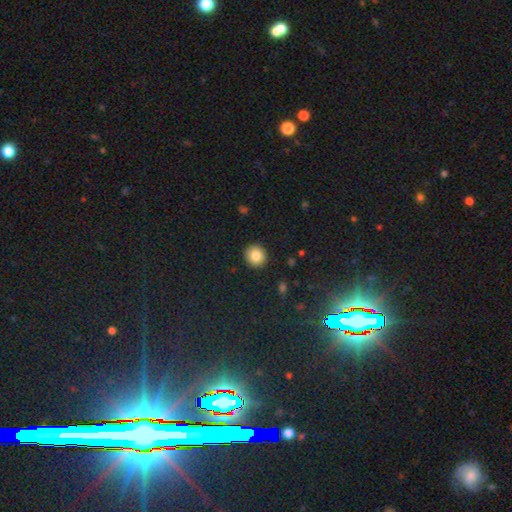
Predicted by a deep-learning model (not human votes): smooth_or_featured: smooth (p=0.83) [alt: star or artifact p=0.10]
how_rounded: round (p=0.90) [alt: in between p=0.09]
merging: none (p=0.92) [alt: minor disturbance p=0.05]